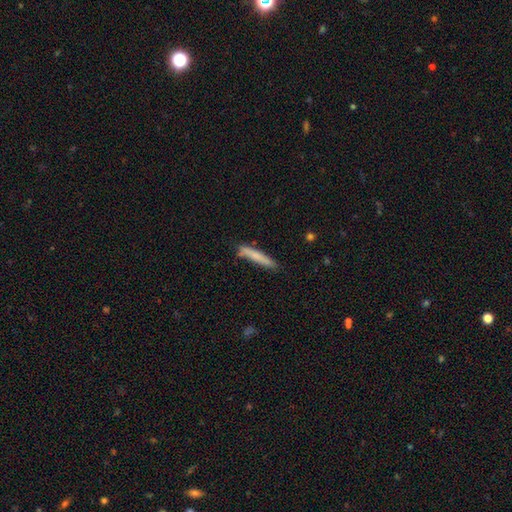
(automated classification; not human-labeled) Smooth or featured? smooth (74%)
How rounded? cigar-shaped (94%)
Merging? none (78%)